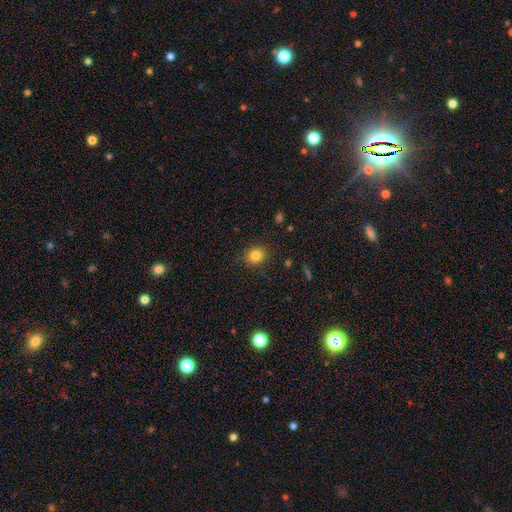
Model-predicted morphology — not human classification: Overall: smooth (82%). How rounded: round (72%). Merging: none (86%).